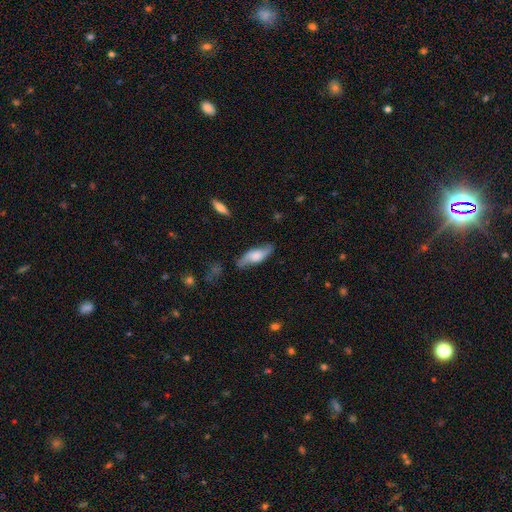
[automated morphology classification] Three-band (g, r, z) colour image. It shows a featured or disk galaxy (50%). Merging: none (73%).